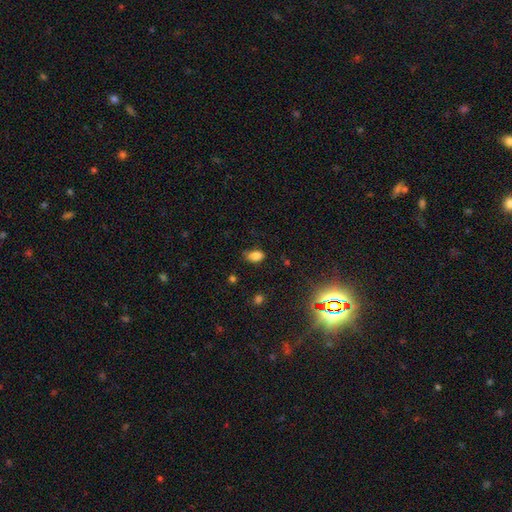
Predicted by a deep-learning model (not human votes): The model was most divided on "merging": none: 65%, minor disturbance: 27%, major disturbance: 6%, merger: 2%. More confident: how rounded — in between (88%); smooth or featured — smooth (81%).